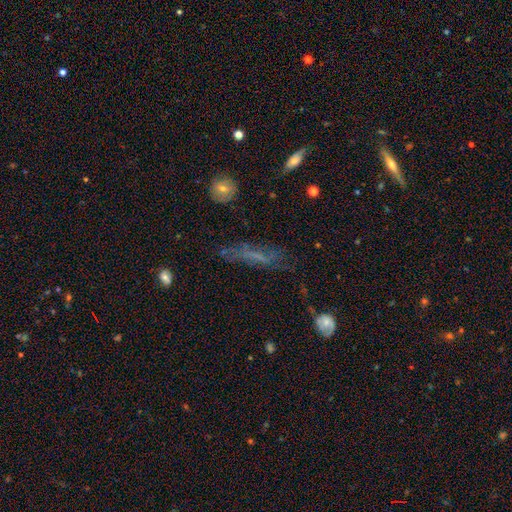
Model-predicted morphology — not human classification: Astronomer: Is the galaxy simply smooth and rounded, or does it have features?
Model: featured or disk — 44% (runner-up: smooth, 39%).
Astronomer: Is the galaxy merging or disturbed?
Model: none — 62%.